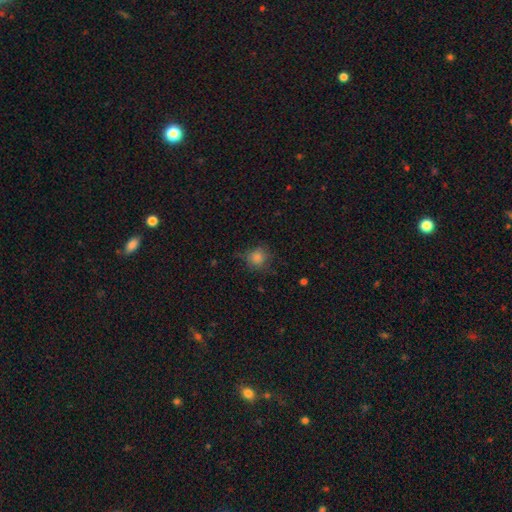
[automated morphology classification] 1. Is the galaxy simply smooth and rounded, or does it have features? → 71% smooth, 22% star or artifact, 8% featured or disk.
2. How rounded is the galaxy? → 89% round, 10% in between, 1% cigar-shaped.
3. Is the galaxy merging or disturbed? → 76% none, 17% minor disturbance, 5% major disturbance, 2% merger.